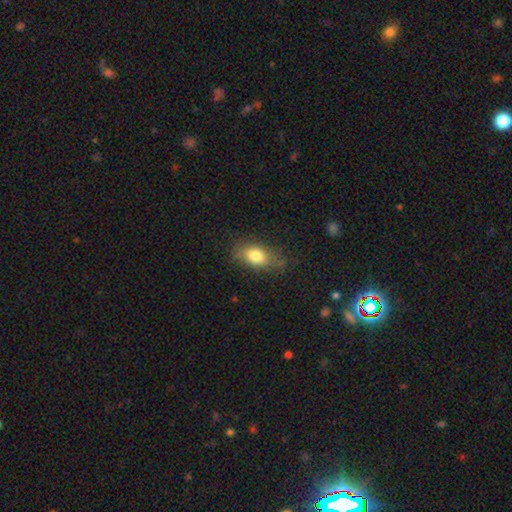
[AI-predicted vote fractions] This is likely a smooth galaxy (77%). How rounded: clearly in between (81%). Merging: likely none (69%).